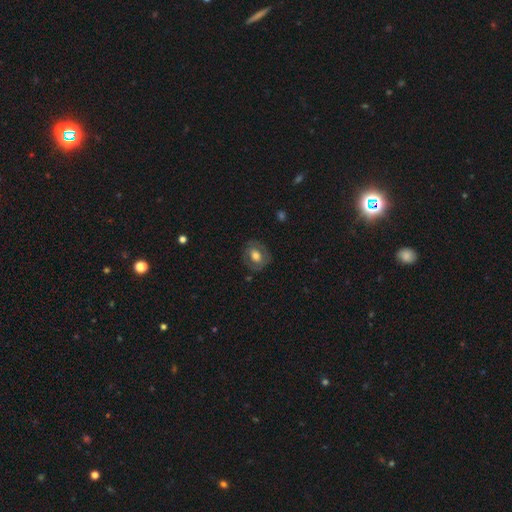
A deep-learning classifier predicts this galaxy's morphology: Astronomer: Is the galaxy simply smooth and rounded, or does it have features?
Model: smooth — 55% (runner-up: featured or disk, 38%).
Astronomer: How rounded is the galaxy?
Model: round — 55% (runner-up: in between, 44%).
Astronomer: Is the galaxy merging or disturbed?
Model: none — 78%.